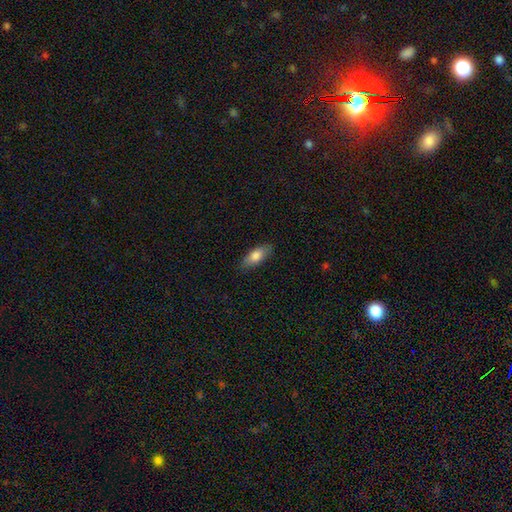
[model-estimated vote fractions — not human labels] A smooth galaxy with no disk features (79%) that is in between round and cigar-shaped (79%). Merging: none (85%).